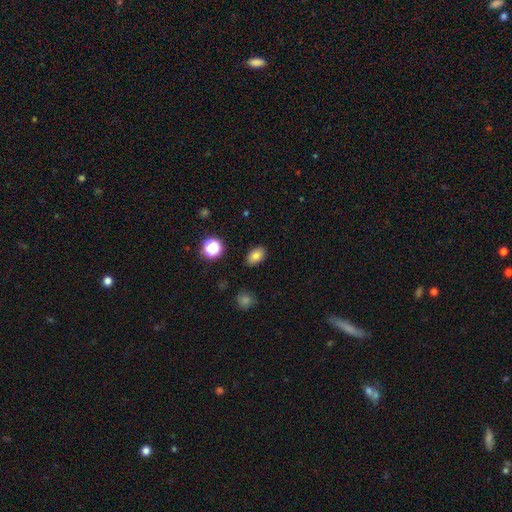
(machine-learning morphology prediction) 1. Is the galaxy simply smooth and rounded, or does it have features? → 80% smooth, 12% star or artifact, 7% featured or disk.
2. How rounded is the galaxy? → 84% in between, 15% round, 1% cigar-shaped.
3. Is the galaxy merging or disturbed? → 87% none, 9% minor disturbance, 2% major disturbance, 2% merger.